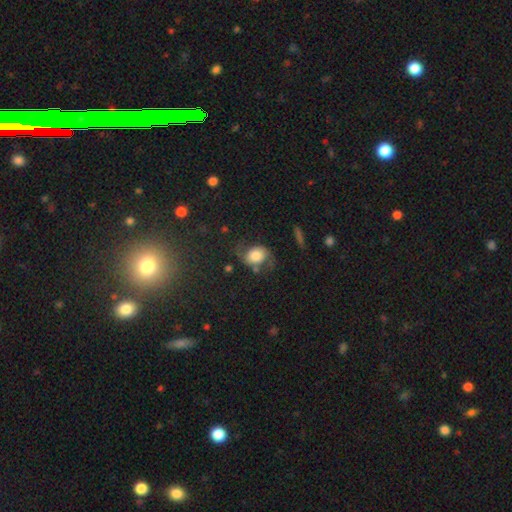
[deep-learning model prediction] A smooth galaxy with no disk features (50%) that is in between round and cigar-shaped (55%). Merging: none (52%).